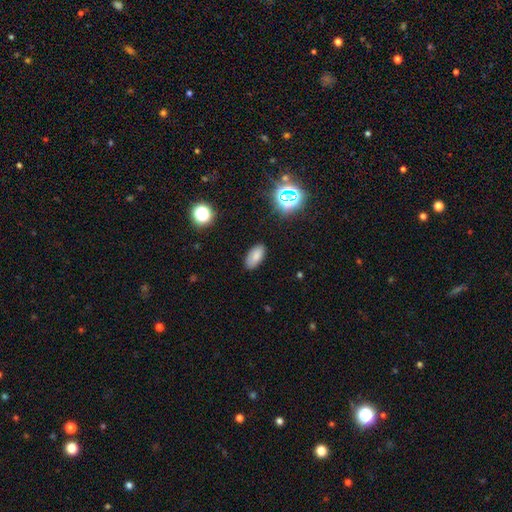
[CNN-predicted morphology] smooth-or-featured: smooth: 79% | star or artifact: 13% | featured or disk: 8%
  how-rounded: in between: 93% | cigar-shaped: 4% | round: 3%
  merging: none: 85% | minor disturbance: 11% | major disturbance: 3% | merger: 1%